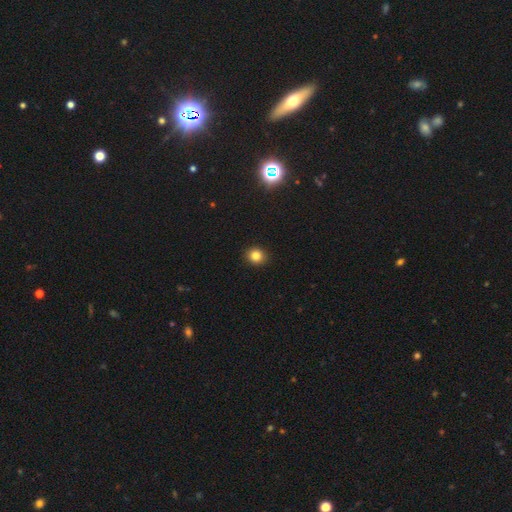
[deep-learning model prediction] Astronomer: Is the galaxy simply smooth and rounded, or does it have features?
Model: smooth — 83%.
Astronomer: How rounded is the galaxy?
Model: round — 83%.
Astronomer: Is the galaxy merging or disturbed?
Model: none — 91%.